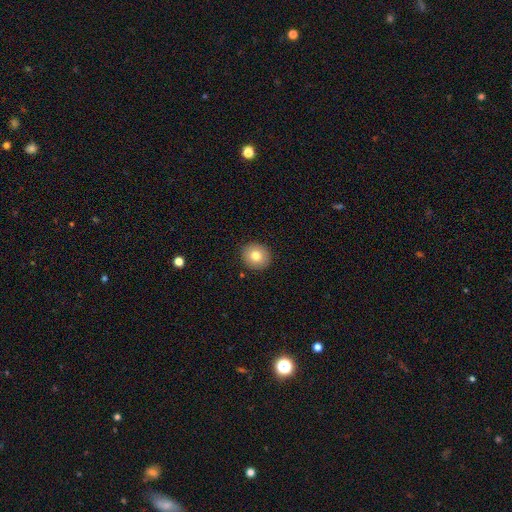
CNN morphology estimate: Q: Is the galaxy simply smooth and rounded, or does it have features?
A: smooth — 79%.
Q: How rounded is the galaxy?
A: round — 86%.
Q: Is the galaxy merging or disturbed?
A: none — 91%.